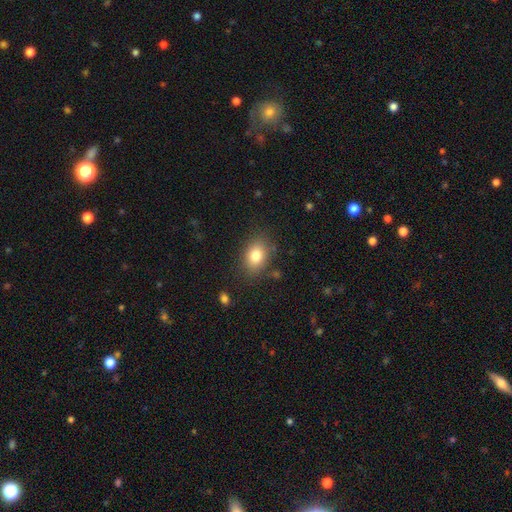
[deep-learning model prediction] smooth_or_featured: smooth (p=0.81) [alt: star or artifact p=0.10]
how_rounded: in between (p=0.70) [alt: round p=0.29]
merging: none (p=0.82) [alt: minor disturbance p=0.12]